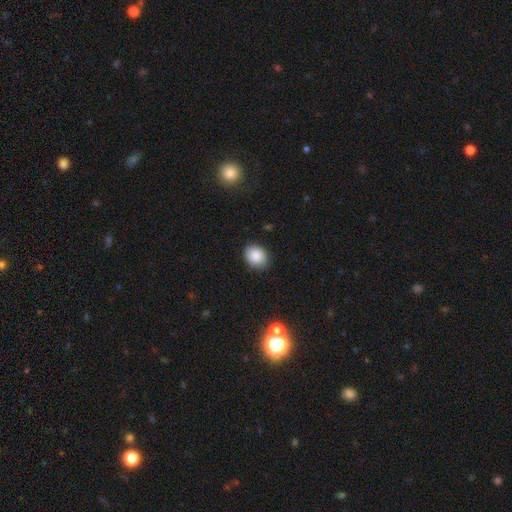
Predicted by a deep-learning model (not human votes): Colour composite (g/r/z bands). It shows a smooth galaxy with no disk features (88%) that is round (50%). Merging: none (84%).